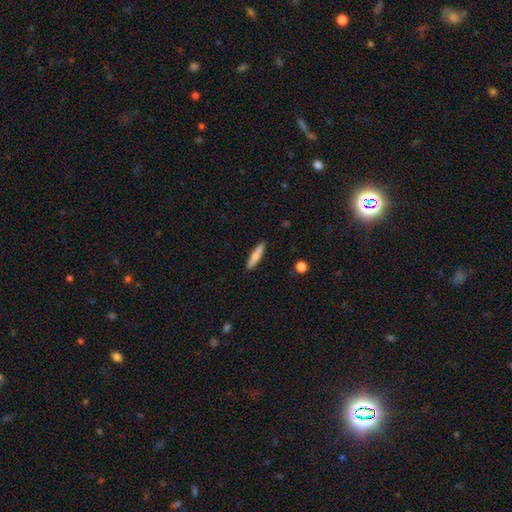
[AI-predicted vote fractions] smooth-or-featured: smooth: 74% | featured or disk: 20% | star or artifact: 6%
  how-rounded: cigar-shaped: 88% | in between: 10% | round: 2%
  merging: none: 90% | minor disturbance: 7% | major disturbance: 2% | merger: 1%